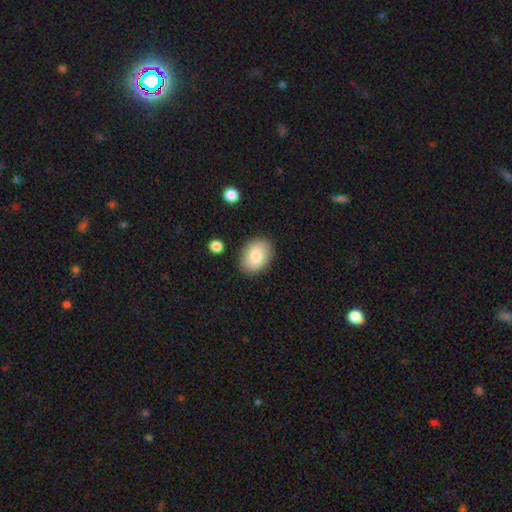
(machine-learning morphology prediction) type=smooth (82%); roundness=in between (75%); merging=none (86%).